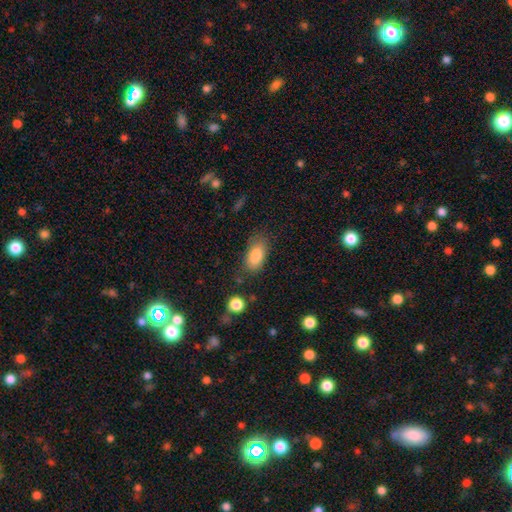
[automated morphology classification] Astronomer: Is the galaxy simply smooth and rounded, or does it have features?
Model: smooth — 83%.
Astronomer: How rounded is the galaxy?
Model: in between — 91%.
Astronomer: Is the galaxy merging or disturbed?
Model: none — 74%.